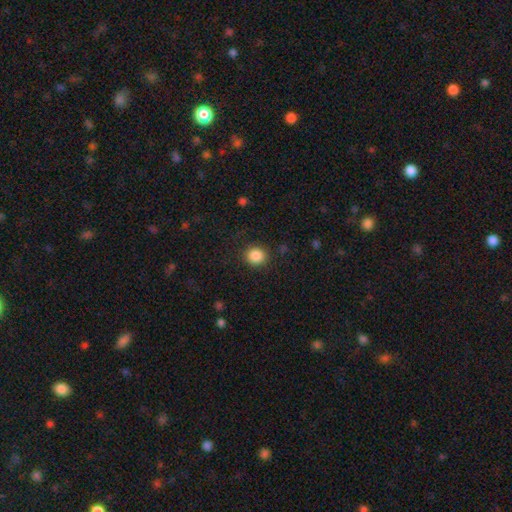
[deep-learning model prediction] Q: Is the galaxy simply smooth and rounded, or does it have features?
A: smooth — 86%.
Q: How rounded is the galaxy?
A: round — 82%.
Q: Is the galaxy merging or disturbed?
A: none — 88%.